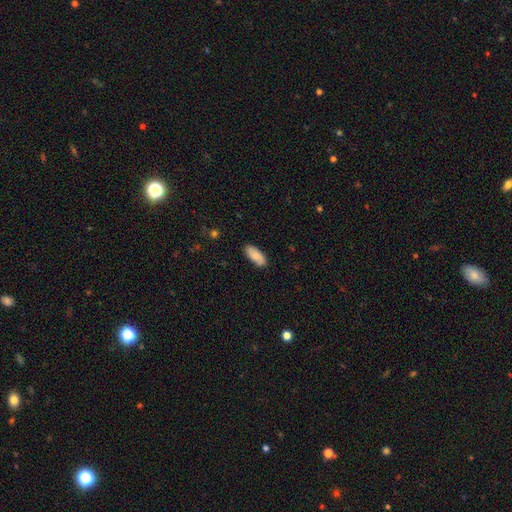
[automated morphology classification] Smooth or featured?
  - smooth: 81% *
  - featured or disk: 12%
  - star or artifact: 6%
How rounded?
  - in between: 84% *
  - cigar-shaped: 14%
  - round: 2%
Merging?
  - none: 85% *
  - minor disturbance: 12%
  - major disturbance: 2%
  - merger: 1%